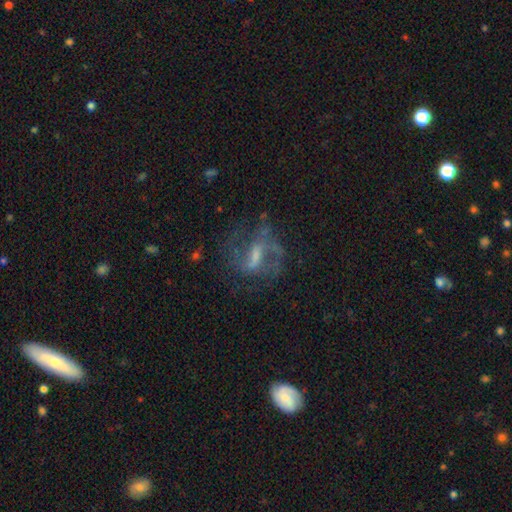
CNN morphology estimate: This is likely a featured or disk galaxy (76%). It is clearly not viewed edge-on (94%). Bar: possibly weak (45%). Spiral arm pattern: clearly yes (84%). Spiral arm count: likely 2 (67%). Spiral winding: possibly medium (46%). Central bulge: marginally small (34%). Merging: possibly none (57%).